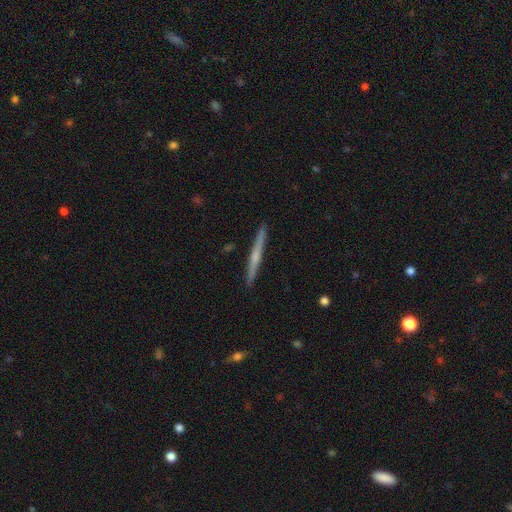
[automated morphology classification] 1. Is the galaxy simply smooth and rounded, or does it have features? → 62% featured or disk, 32% smooth, 6% star or artifact.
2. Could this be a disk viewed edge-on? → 98% yes, 2% no.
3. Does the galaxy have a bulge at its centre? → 52% rounded, 41% none, 7% boxy.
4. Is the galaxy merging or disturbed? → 92% none, 6% minor disturbance, 1% major disturbance, 1% merger.